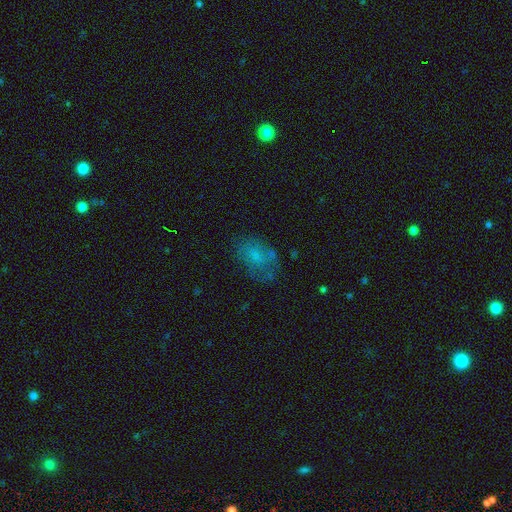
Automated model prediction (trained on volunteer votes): The model was most divided on "merging": none: 52%, minor disturbance: 25%, major disturbance: 19%, merger: 5%. More confident: how rounded — in between (83%); smooth or featured — smooth (58%).